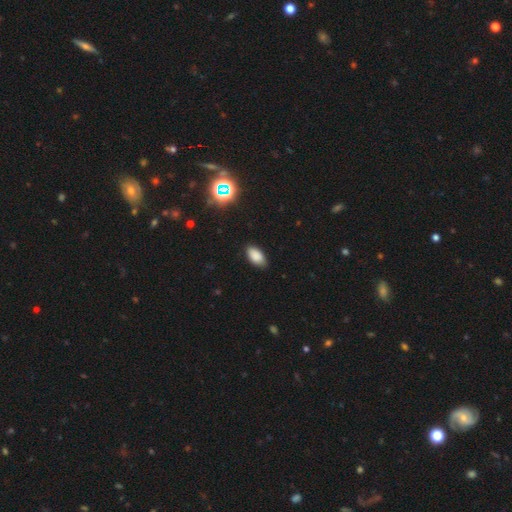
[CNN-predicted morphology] smooth 86%, star or artifact 10%, featured or disk 4%. Down the decision tree: how rounded — in between (94%); merging — none (85%).